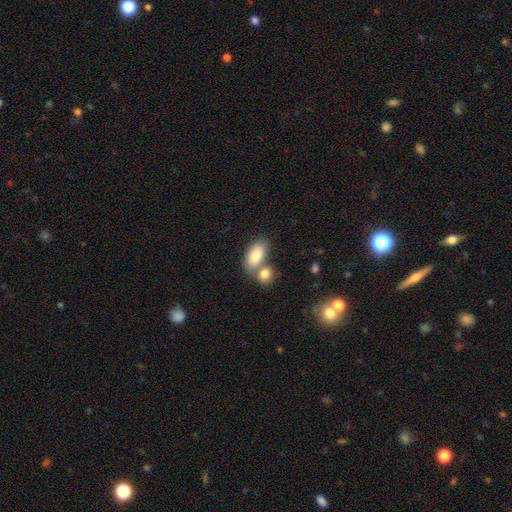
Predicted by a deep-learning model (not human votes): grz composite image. It shows a smooth galaxy with no disk features (80%) that is in between round and cigar-shaped (91%). Merging: none (43%, tied with merger).